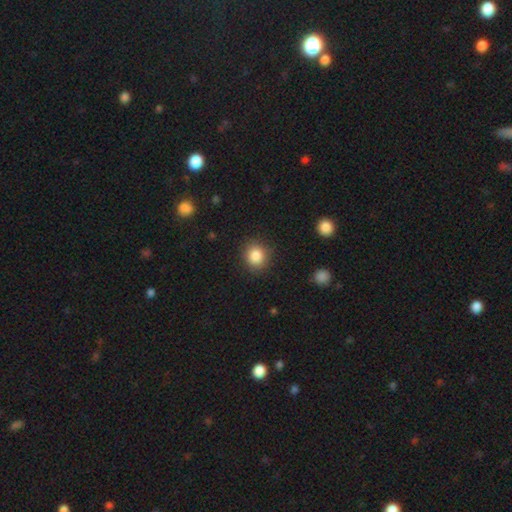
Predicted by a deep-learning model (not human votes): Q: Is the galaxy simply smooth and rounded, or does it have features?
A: smooth — 86%.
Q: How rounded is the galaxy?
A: round — 79%.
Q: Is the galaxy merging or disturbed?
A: none — 88%.